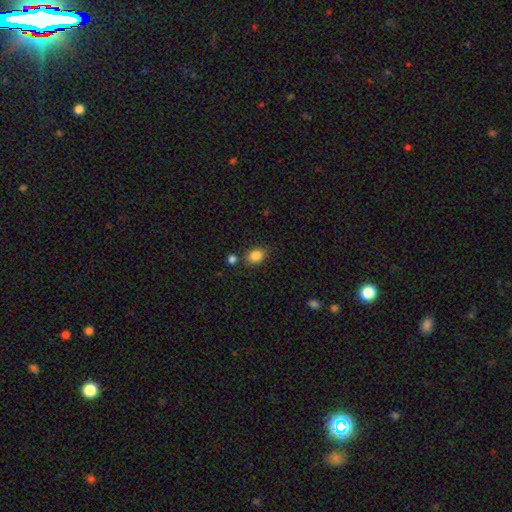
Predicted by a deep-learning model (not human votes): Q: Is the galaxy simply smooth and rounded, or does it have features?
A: smooth — 86%.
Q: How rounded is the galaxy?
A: in between — 65%.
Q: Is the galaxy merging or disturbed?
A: none — 77%.